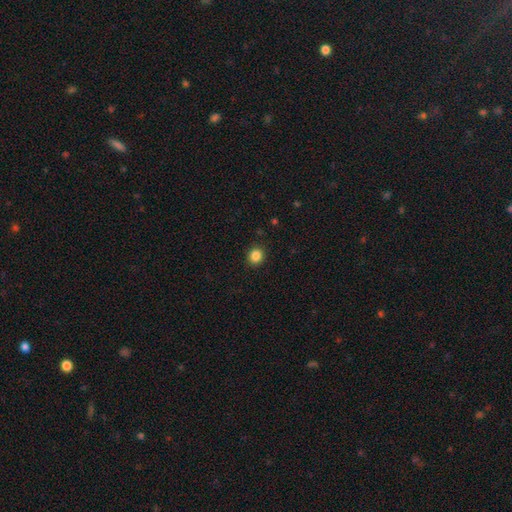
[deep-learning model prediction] Q: Smooth or featured?
A: smooth (86%); runner-up: star or artifact (11%)
Q: How rounded?
A: round (85%); runner-up: in between (14%)
Q: Merging?
A: none (91%); runner-up: minor disturbance (6%)